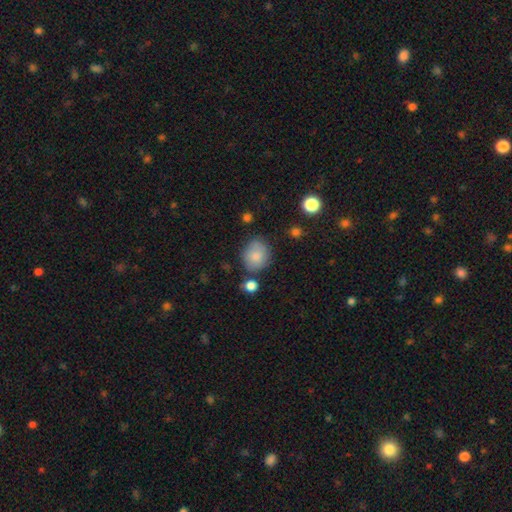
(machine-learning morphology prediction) A smooth galaxy with no disk features (81%) that is round (71%).

Vote fractions:
- Smooth or featured? smooth: 81% / featured or disk: 10% / star or artifact: 8%
- How rounded? round: 71% / in between: 28% / cigar-shaped: 1%
- Merging? none: 67% / minor disturbance: 20% / merger: 7% / major disturbance: 6%